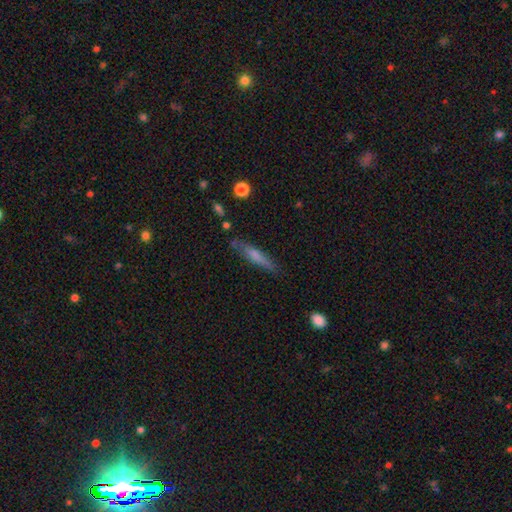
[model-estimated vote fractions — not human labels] A smooth galaxy with no disk features (61%) that is cigar-shaped (87%). Merging: none (76%).